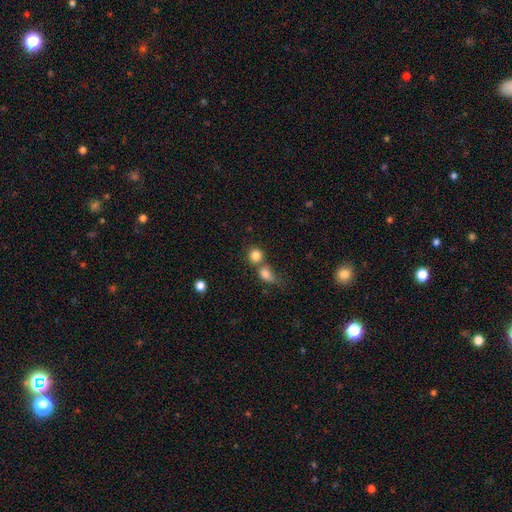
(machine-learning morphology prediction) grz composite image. It shows a smooth galaxy with no disk features (82%) that is round (83%). Merging: merger (47%).